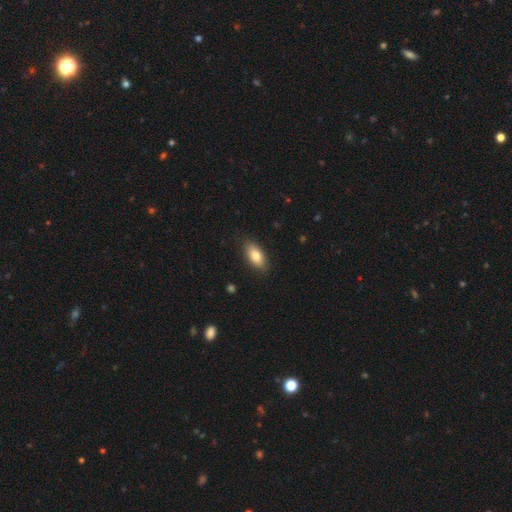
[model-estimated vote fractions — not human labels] This appears to be a smooth galaxy with no disk features (82%) that is in between round and cigar-shaped (89%). Merging: none (86%).